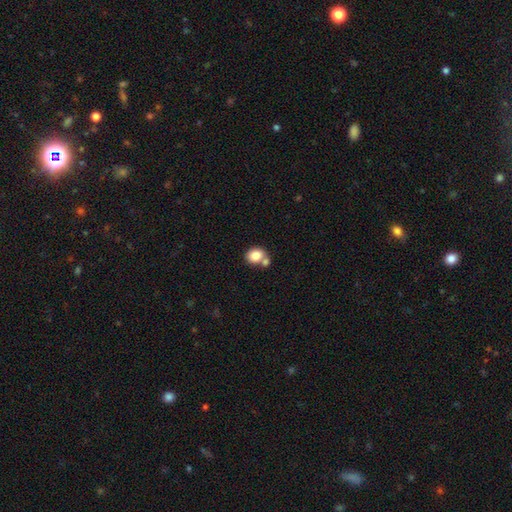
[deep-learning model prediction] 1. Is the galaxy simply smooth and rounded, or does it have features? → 83% smooth, 8% star or artifact, 8% featured or disk.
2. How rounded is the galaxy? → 53% round, 46% in between, 1% cigar-shaped.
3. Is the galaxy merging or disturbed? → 49% none, 37% merger, 10% minor disturbance, 4% major disturbance.